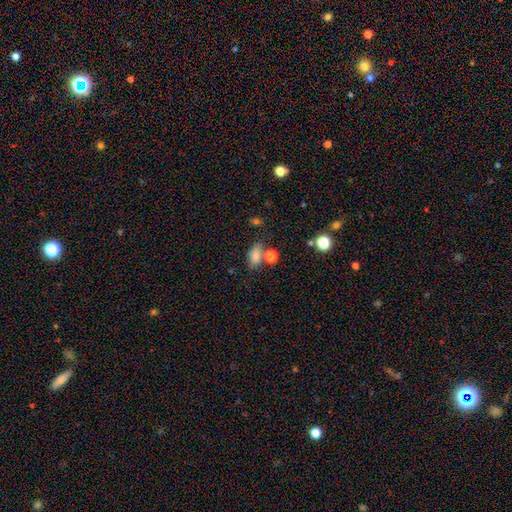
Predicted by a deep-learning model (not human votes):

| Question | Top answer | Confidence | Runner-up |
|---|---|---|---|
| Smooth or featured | smooth | 78% | star or artifact (13%) |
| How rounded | in between | 83% | round (14%) |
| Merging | none | 52% | merger (21%) |